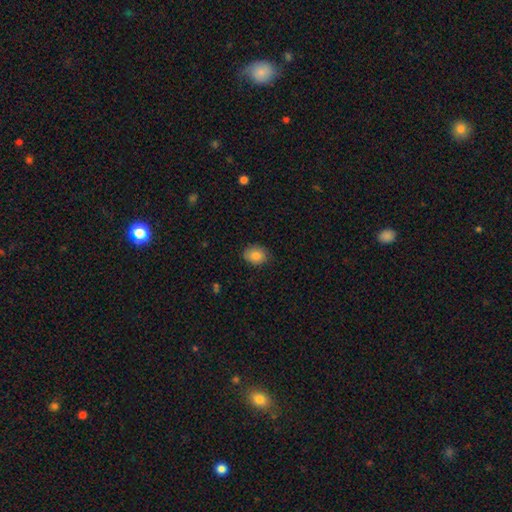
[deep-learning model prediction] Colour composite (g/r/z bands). It shows a smooth galaxy with no disk features (83%) that is in between round and cigar-shaped (52%). Merging: none (79%).